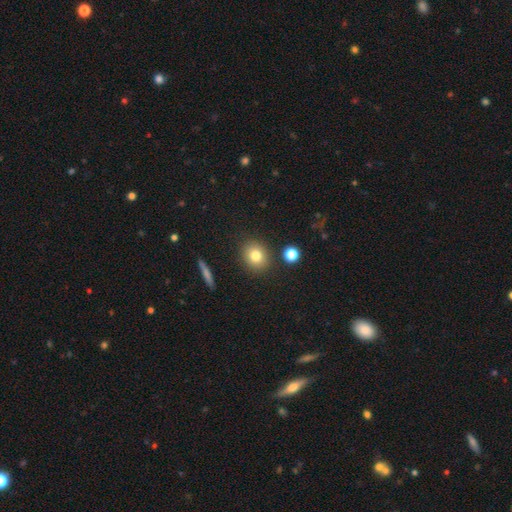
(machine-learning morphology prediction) Smooth or featured? smooth (80%)
How rounded? round (74%)
Merging? none (86%)